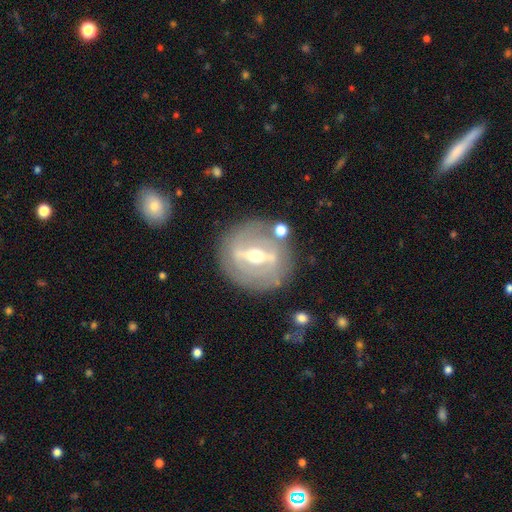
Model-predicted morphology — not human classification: type=featured or disk (81%); edge-on=no (82%); bar=strong (72%); spiral arms=no (54%); bulge=moderate (71%); merging=none (80%).